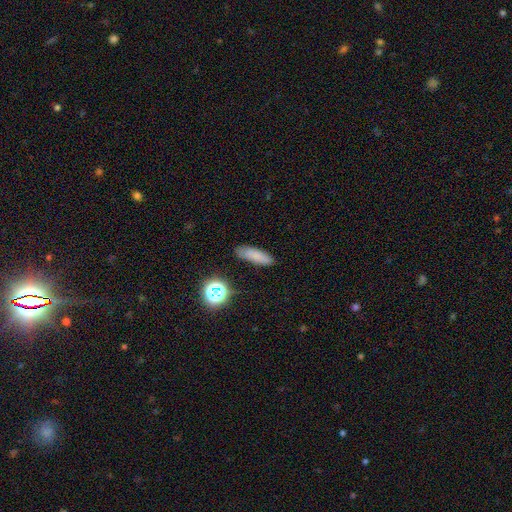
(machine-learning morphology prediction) Smooth or featured? smooth (78%)
How rounded? cigar-shaped (59%)
Merging? none (83%)